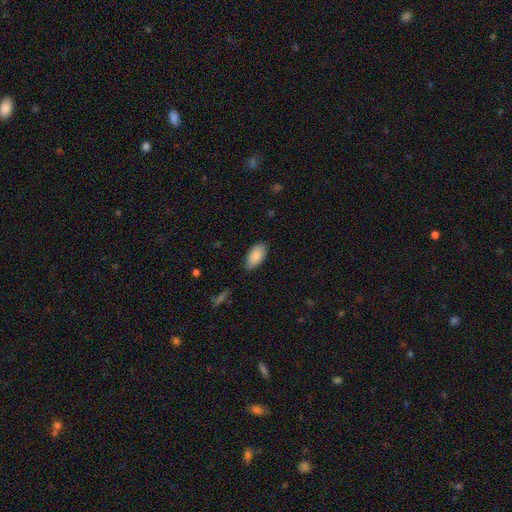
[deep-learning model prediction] The model was most divided on "merging": none: 82%, minor disturbance: 14%, major disturbance: 2%, merger: 1%. More confident: how rounded — in between (94%); smooth or featured — smooth (87%).